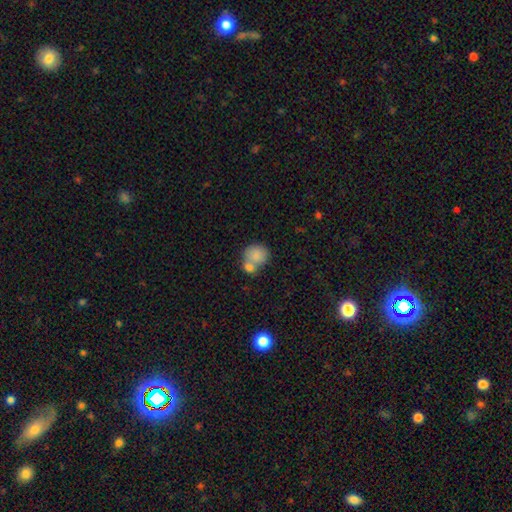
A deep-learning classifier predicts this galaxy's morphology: smooth 83%, featured or disk 10%, star or artifact 7%. Down the decision tree: how rounded — round (81%); merging — merger (48%).